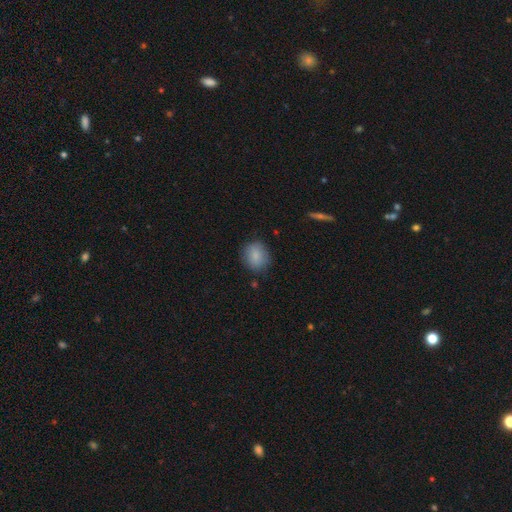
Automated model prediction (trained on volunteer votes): Smooth or featured? smooth (86%)
How rounded? round (66%)
Merging? none (80%)